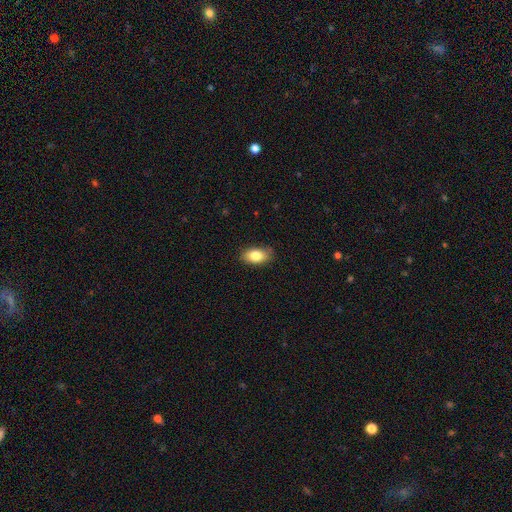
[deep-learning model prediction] A smooth galaxy with no disk features (82%) that is in between round and cigar-shaped (90%).

Vote fractions:
- Smooth or featured? smooth: 82% / featured or disk: 10% / star or artifact: 7%
- How rounded? in between: 90% / round: 7% / cigar-shaped: 3%
- Merging? none: 82% / minor disturbance: 14% / major disturbance: 3% / merger: 1%